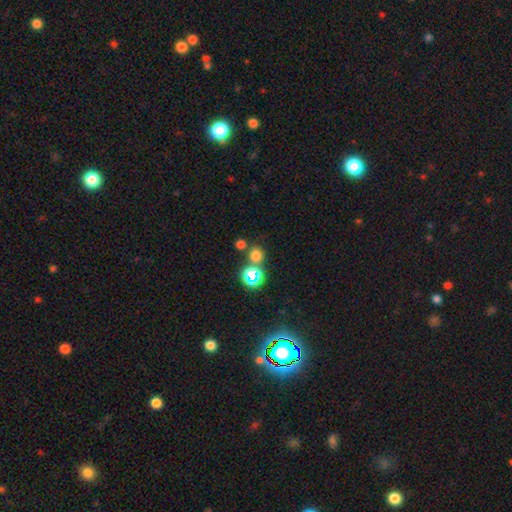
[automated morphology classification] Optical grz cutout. It shows a smooth galaxy with no disk features (67%) that is round (88%). Merging: none (71%).